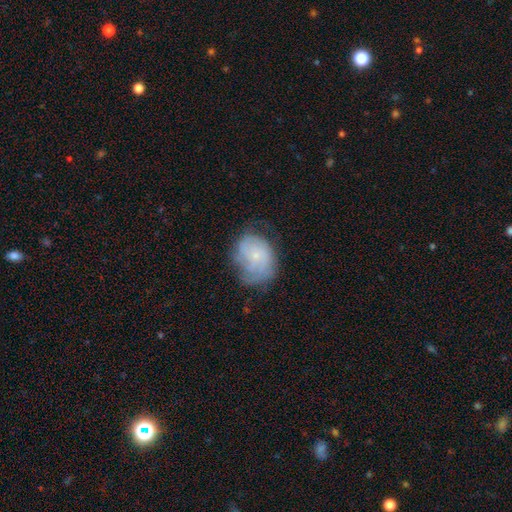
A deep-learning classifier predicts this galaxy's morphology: Smooth or featured?
  - featured or disk: 57% *
  - smooth: 34%
  - star or artifact: 9%
Edge-on disk?
  - no: 98% *
  - yes: 2%
Bar?
  - no: 78% *
  - weak: 19%
  - strong: 3%
Spiral arms?
  - yes: 82% *
  - no: 18%
Bulge size?
  - small: 79% *
  - moderate: 11%
  - none: 8%
  - large: 1%
  - dominant: 1%
Merging?
  - none: 54% *
  - minor disturbance: 28%
  - major disturbance: 16%
  - merger: 2%